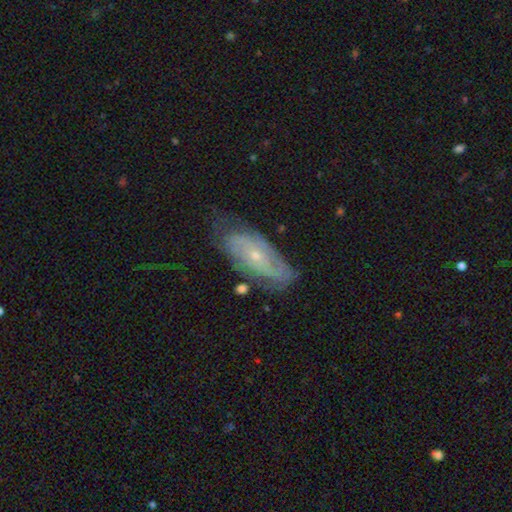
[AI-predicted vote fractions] smooth-or-featured: featured or disk: 72% | smooth: 21% | star or artifact: 7%
  disk-edge-on: no: 88% | yes: 12%
    bar: no: 67% | weak: 26% | strong: 6%
    has-spiral-arms: yes: 84% | no: 16%
      spiral-winding: tight: 54% | medium: 33% | loose: 13%
      spiral-arm-count: can't tell: 42% | 2: 41% | 3: 8% | 1: 4% | 4: 3% | more than 4: 2%
    bulge-size: small: 73% | moderate: 24% | none: 1% | large: 1% | dominant: 1%
  merging: none: 61% | minor disturbance: 26% | major disturbance: 9% | merger: 3%